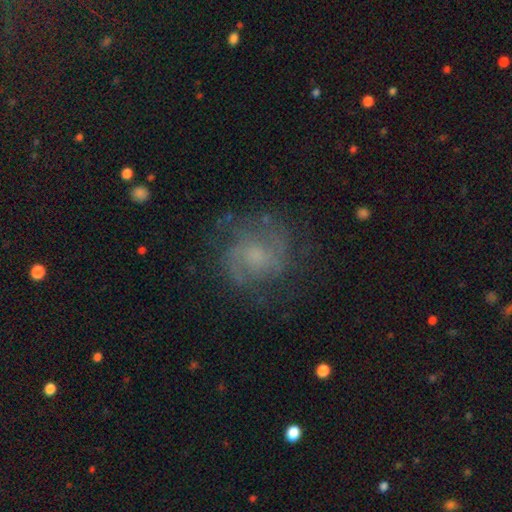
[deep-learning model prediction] smooth-or-featured: featured or disk: 69% | smooth: 20% | star or artifact: 11%
  disk-edge-on: no: 98% | yes: 2%
    bar: no: 61% | weak: 34% | strong: 5%
    has-spiral-arms: yes: 90% | no: 10%
      spiral-winding: medium: 48% | tight: 36% | loose: 16%
      spiral-arm-count: 2: 60% | can't tell: 21% | 3: 9% | 1: 4% | 4: 3% | more than 4: 3%
    bulge-size: small: 39% | moderate: 32% | none: 21% | large: 6% | dominant: 1%
  merging: none: 72% | minor disturbance: 16% | major disturbance: 11% | merger: 1%